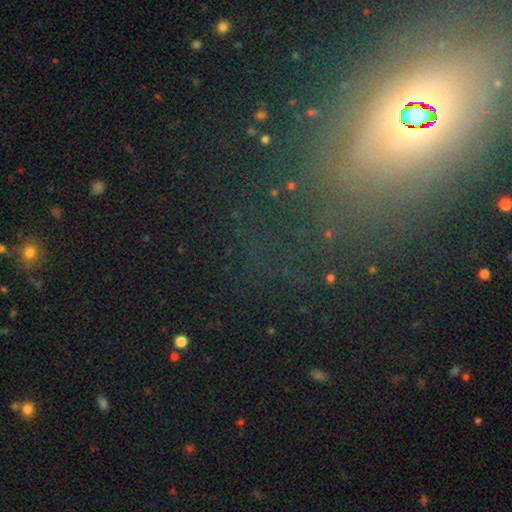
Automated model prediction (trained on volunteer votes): This appears to be a star or artifact, not a galaxy (53%).